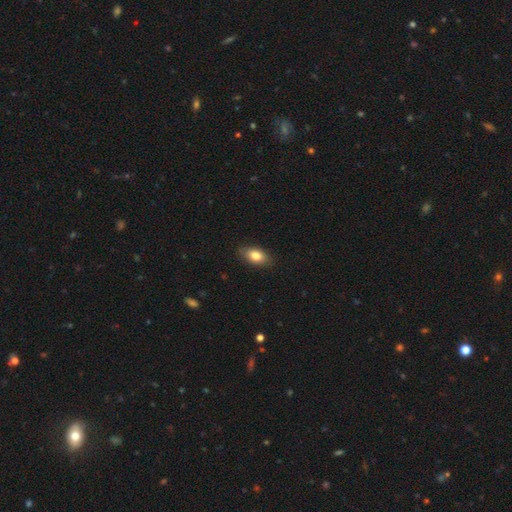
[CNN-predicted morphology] Smooth or featured? smooth (82%)
How rounded? in between (89%)
Merging? none (86%)